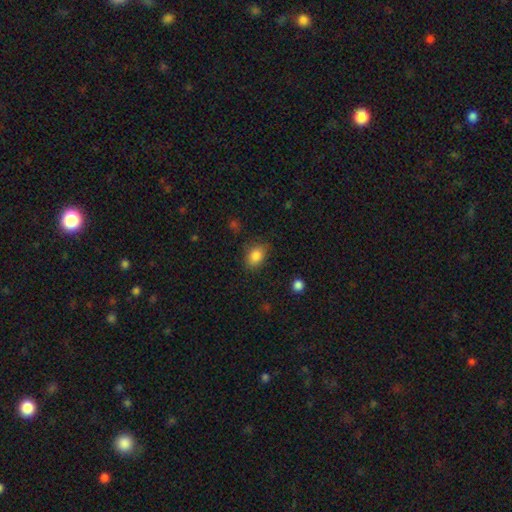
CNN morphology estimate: Smooth or featured: smooth — 86% (star or artifact — 9%)
How rounded: in between — 78% (round — 21%)
Merging: none — 79% (minor disturbance — 15%)